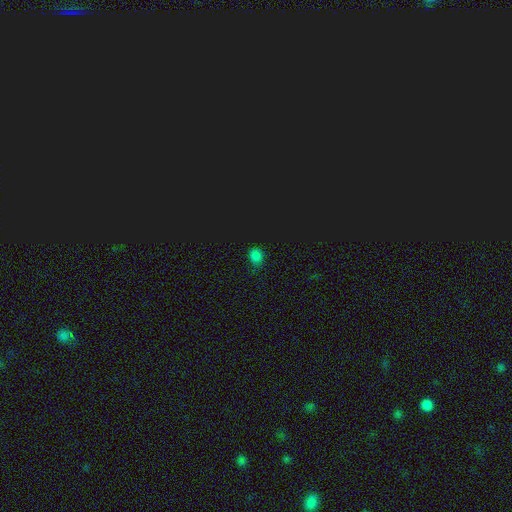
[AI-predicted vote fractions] Smooth or featured?
  - smooth: 70% *
  - star or artifact: 26%
  - featured or disk: 4%
How rounded?
  - round: 59% *
  - in between: 40%
  - cigar-shaped: 1%
Merging?
  - none: 76% *
  - minor disturbance: 18%
  - major disturbance: 4%
  - merger: 2%